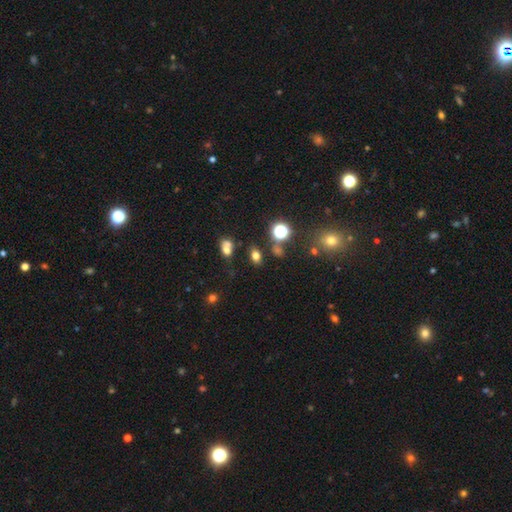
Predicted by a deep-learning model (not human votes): Smooth or featured?
  - smooth: 69% *
  - star or artifact: 22%
  - featured or disk: 9%
How rounded?
  - in between: 75% *
  - round: 23%
  - cigar-shaped: 2%
Merging?
  - none: 72% *
  - merger: 13%
  - minor disturbance: 11%
  - major disturbance: 4%